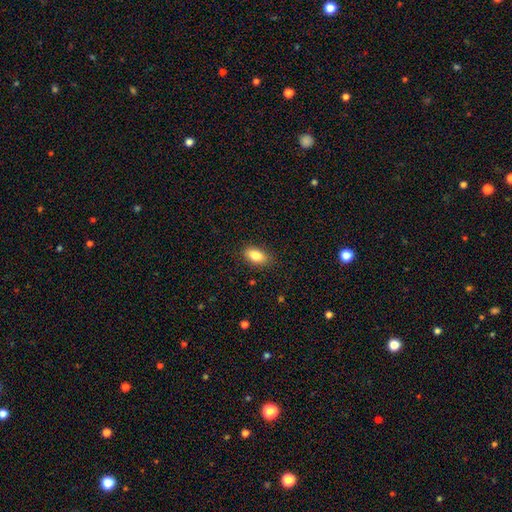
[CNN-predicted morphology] smooth-or-featured: smooth: 83% | featured or disk: 9% | star or artifact: 8%
  how-rounded: in between: 89% | round: 6% | cigar-shaped: 5%
  merging: none: 86% | minor disturbance: 11% | major disturbance: 2% | merger: 1%